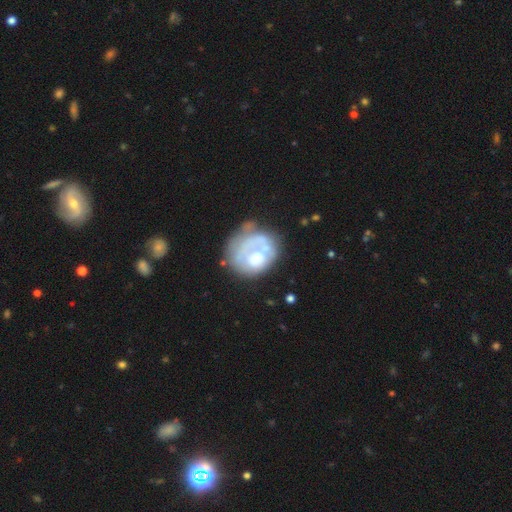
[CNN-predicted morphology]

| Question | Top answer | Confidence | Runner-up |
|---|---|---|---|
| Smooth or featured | featured or disk | 54% | smooth (38%) |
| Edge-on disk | no | 98% | yes (2%) |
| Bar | no | 85% | weak (12%) |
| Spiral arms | no | 72% | yes (28%) |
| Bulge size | moderate | 48% | large (21%) |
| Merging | none | 40% | major disturbance (27%) |